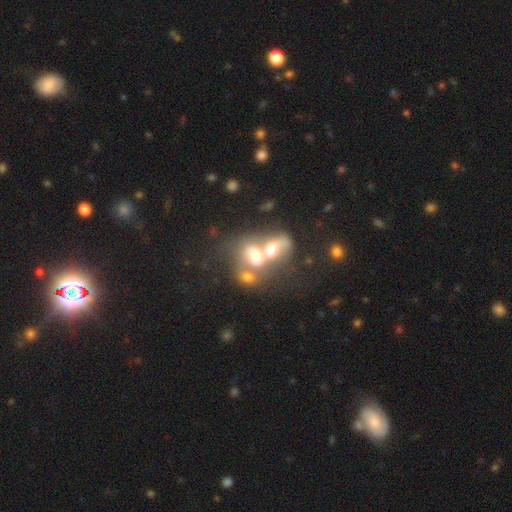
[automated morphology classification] Q: Smooth or featured?
A: smooth (49%); runner-up: featured or disk (40%)
Q: Merging?
A: merger (77%); runner-up: none (10%)